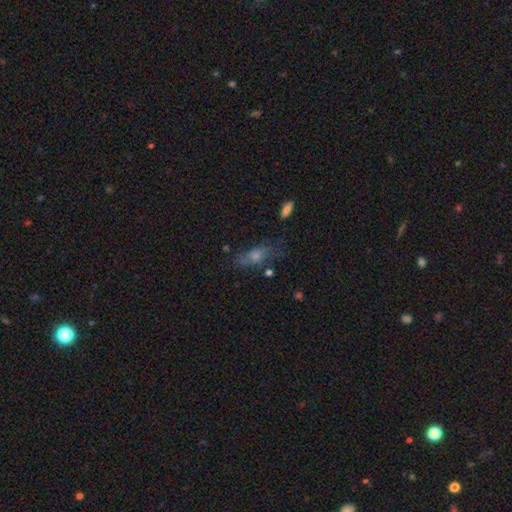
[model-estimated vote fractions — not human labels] This is possibly a smooth galaxy (51%). How rounded: likely in between (64%). Merging: possibly none (57%).